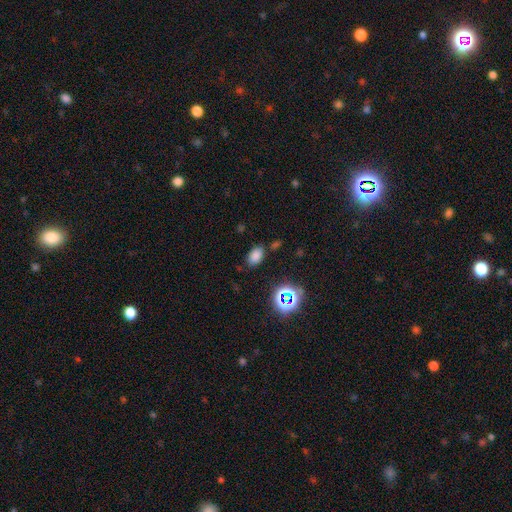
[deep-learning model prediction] Q: Smooth or featured?
A: smooth (74%); runner-up: star or artifact (19%)
Q: How rounded?
A: in between (88%); runner-up: round (11%)
Q: Merging?
A: none (80%); runner-up: minor disturbance (13%)